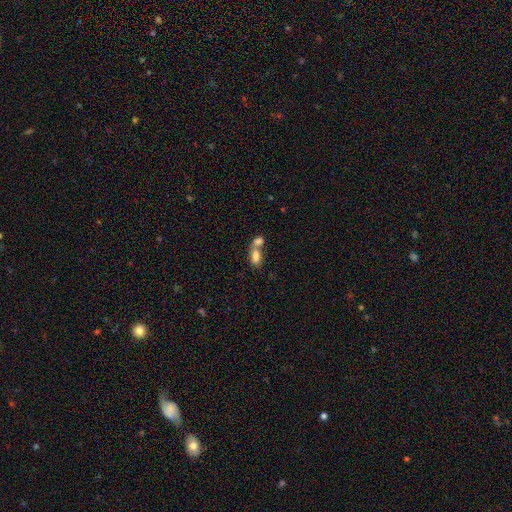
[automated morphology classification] A smooth galaxy with no disk features (79%) that is in between round and cigar-shaped (87%).

Vote fractions:
- Smooth or featured? smooth: 79% / featured or disk: 12% / star or artifact: 9%
- How rounded? in between: 87% / round: 8% / cigar-shaped: 5%
- Merging? merger: 65% / none: 24% / minor disturbance: 7% / major disturbance: 4%